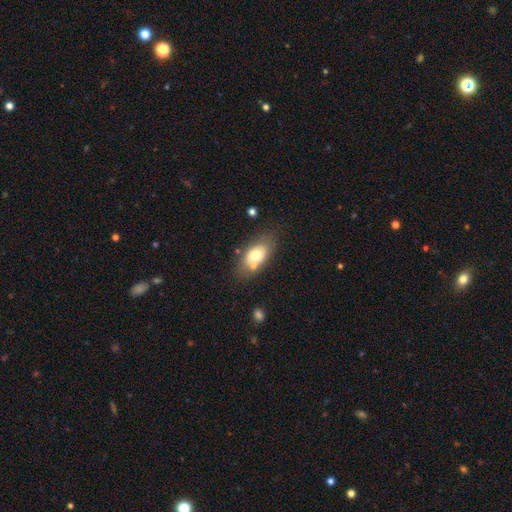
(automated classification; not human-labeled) Overall: smooth (66%; featured or disk 27%). How rounded: in between (88%). Merging: none (63%).